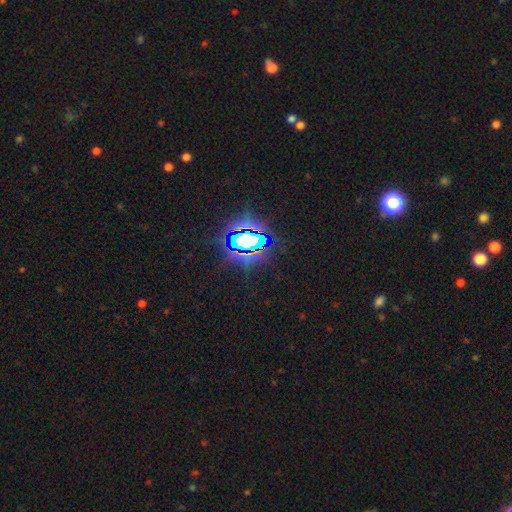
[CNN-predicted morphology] Smooth or featured: star or artifact — 79% (smooth — 14%)